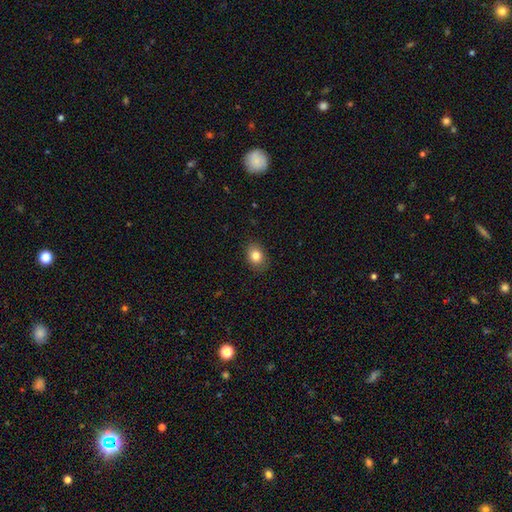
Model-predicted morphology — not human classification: This is clearly a smooth galaxy (82%). How rounded: possibly in between (58%). Merging: clearly none (87%).